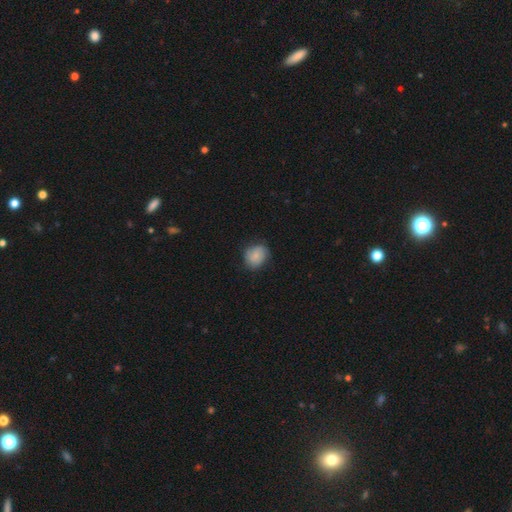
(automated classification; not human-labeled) Overall: smooth (81%). How rounded: round (60%; in between 39%). Merging: none (76%).